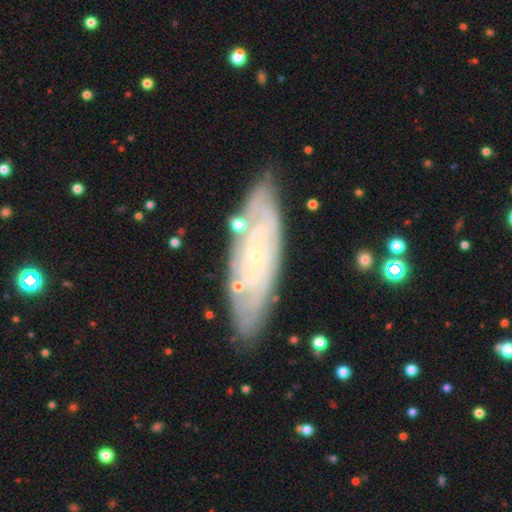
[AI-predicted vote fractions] A featured or disk galaxy (75%) with no bar (68%), tight (69%) spiral arms (84%) and a small central bulge (84%). Merging: none (80%).